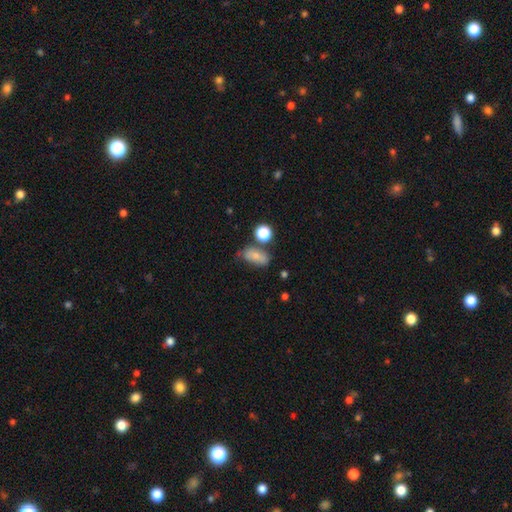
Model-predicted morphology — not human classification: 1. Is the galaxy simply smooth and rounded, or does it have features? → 75% smooth, 14% featured or disk, 11% star or artifact.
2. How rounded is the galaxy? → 82% in between, 12% round, 6% cigar-shaped.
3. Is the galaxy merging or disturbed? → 57% none, 23% minor disturbance, 12% merger, 7% major disturbance.